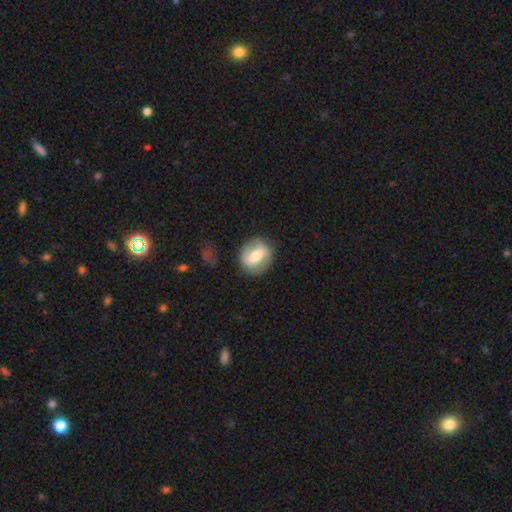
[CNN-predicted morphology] smooth 47%, featured or disk 46%, star or artifact 7%. Down the decision tree: merging — none (82%).